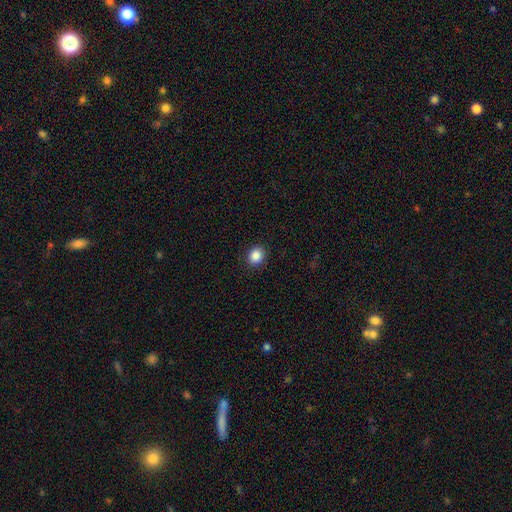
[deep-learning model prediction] Q: Smooth or featured?
A: smooth (87%); runner-up: star or artifact (9%)
Q: How rounded?
A: round (70%); runner-up: in between (29%)
Q: Merging?
A: none (90%); runner-up: minor disturbance (7%)